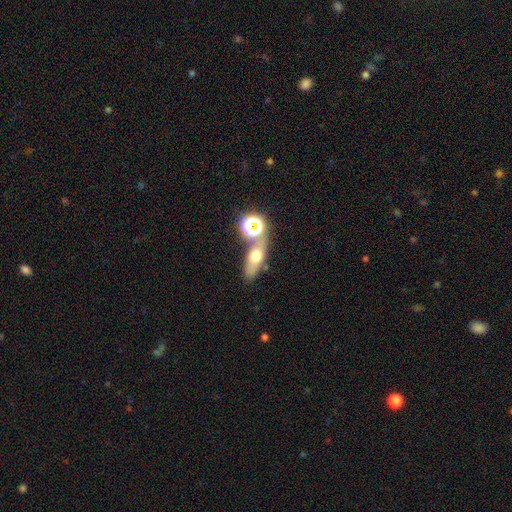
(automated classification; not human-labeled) This appears to be a smooth galaxy with no disk features (51%) that is in between round and cigar-shaped (51%). Merging: none (60%).